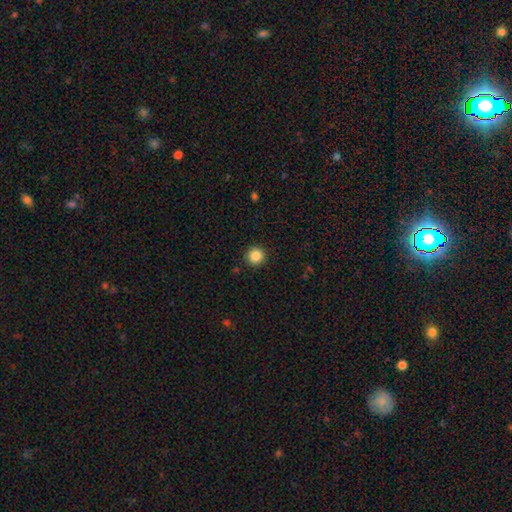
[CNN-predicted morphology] Smooth or featured?
  - smooth: 86% *
  - star or artifact: 11%
  - featured or disk: 4%
How rounded?
  - round: 95% *
  - in between: 5%
  - cigar-shaped: 1%
Merging?
  - none: 92% *
  - minor disturbance: 5%
  - major disturbance: 2%
  - merger: 1%